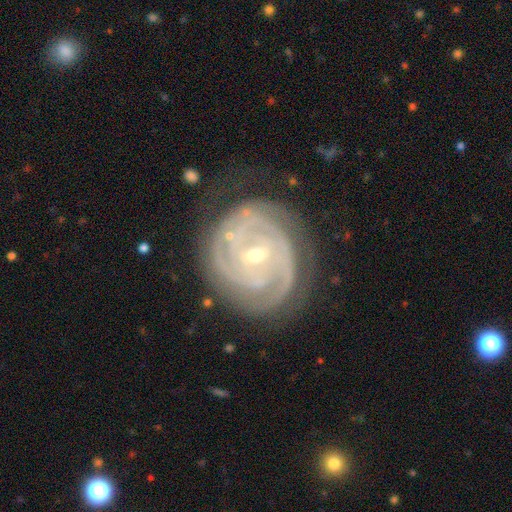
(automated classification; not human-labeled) smooth-or-featured: featured or disk: 90% | star or artifact: 5% | smooth: 5%
  disk-edge-on: no: 97% | yes: 3%
    bar: weak: 44% | no: 36% | strong: 20%
    has-spiral-arms: yes: 98% | no: 2%
      spiral-winding: tight: 82% | medium: 15% | loose: 3%
      spiral-arm-count: 2: 29% | 3: 26% | can't tell: 21% | 4: 13% | more than 4: 6% | 1: 6%
    bulge-size: small: 58% | moderate: 40% | large: 1% | none: 1% | dominant: 1%
  merging: none: 72% | minor disturbance: 19% | major disturbance: 8% | merger: 2%